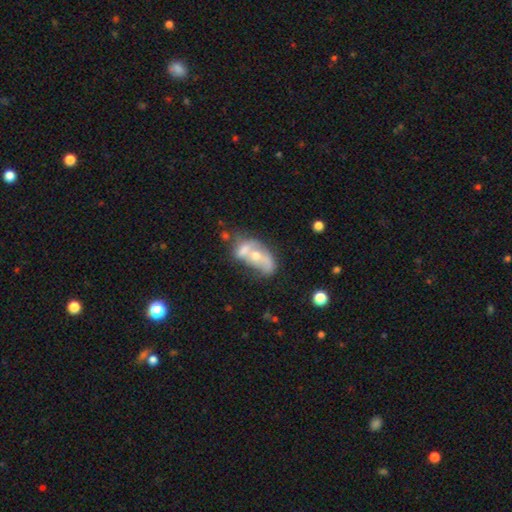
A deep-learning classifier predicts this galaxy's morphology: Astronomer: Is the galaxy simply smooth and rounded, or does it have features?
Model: featured or disk — 50% (runner-up: smooth, 41%).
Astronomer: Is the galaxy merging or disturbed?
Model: merger — 55%.